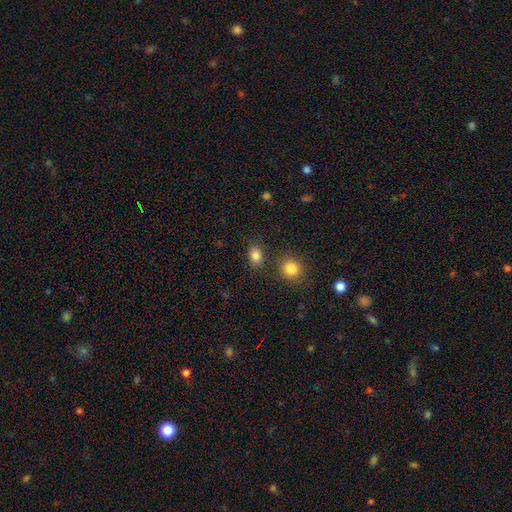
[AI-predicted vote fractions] A smooth galaxy with no disk features (84%) that is in between round and cigar-shaped (55%).

Vote fractions:
- Smooth or featured? smooth: 84% / star or artifact: 11% / featured or disk: 5%
- How rounded? in between: 55% / round: 44% / cigar-shaped: 1%
- Merging? none: 76% / minor disturbance: 12% / merger: 8% / major disturbance: 4%